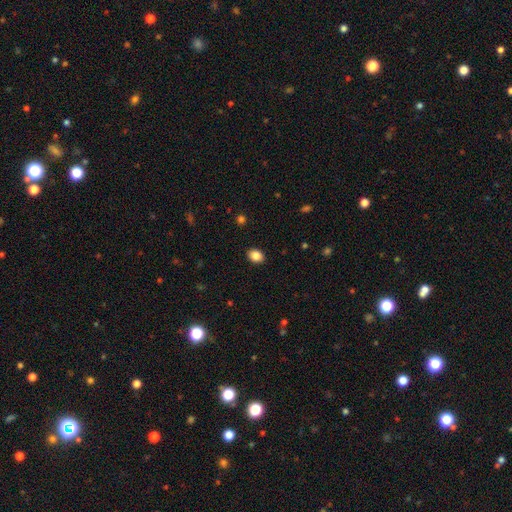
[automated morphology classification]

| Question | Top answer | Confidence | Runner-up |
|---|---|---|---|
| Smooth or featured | smooth | 87% | star or artifact (9%) |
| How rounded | in between | 67% | round (32%) |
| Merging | none | 90% | minor disturbance (7%) |